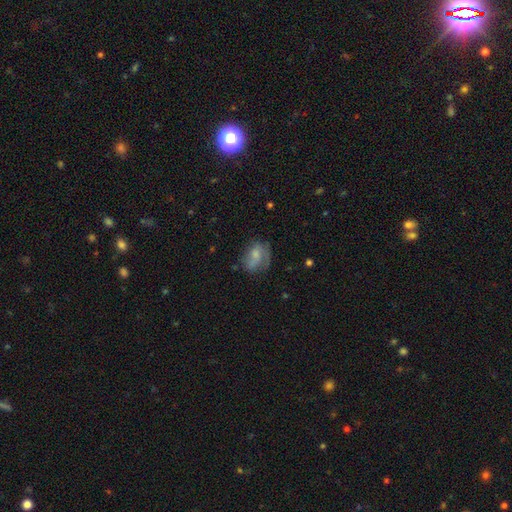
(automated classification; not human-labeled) Smooth or featured? smooth (55%)
How rounded? in between (64%)
Merging? none (46%)